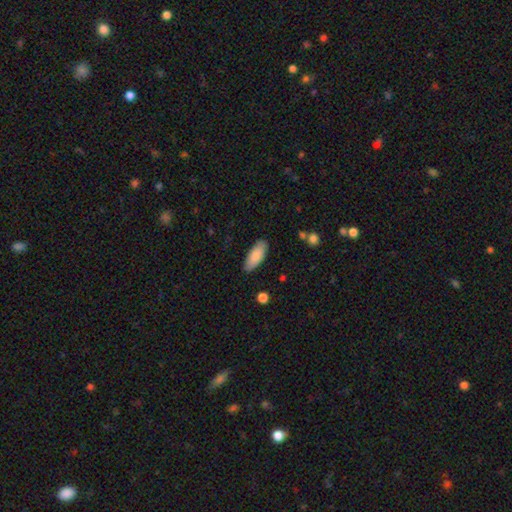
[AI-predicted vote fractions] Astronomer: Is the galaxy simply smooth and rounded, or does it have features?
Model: smooth — 85%.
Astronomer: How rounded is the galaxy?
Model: in between — 79%.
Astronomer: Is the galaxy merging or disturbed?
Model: none — 85%.